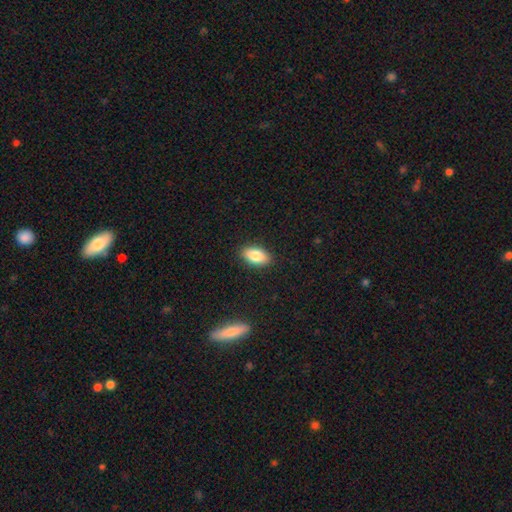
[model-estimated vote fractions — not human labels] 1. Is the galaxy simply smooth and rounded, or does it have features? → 83% smooth, 9% featured or disk, 7% star or artifact.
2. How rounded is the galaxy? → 91% in between, 4% cigar-shaped, 4% round.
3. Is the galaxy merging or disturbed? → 88% none, 8% minor disturbance, 2% major disturbance, 1% merger.